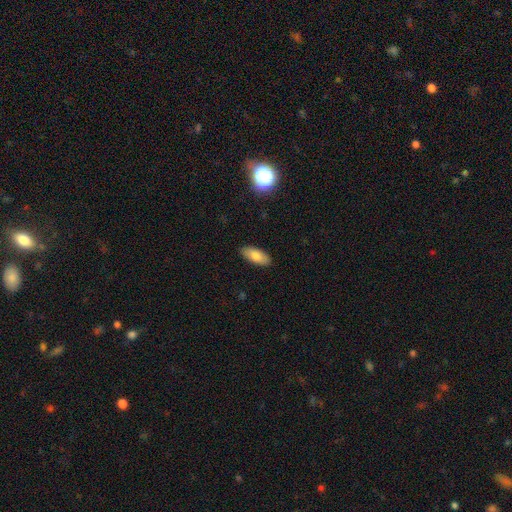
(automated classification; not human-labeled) This appears to be a smooth galaxy with no disk features (79%) that is in between round and cigar-shaped (86%). Merging: none (89%).